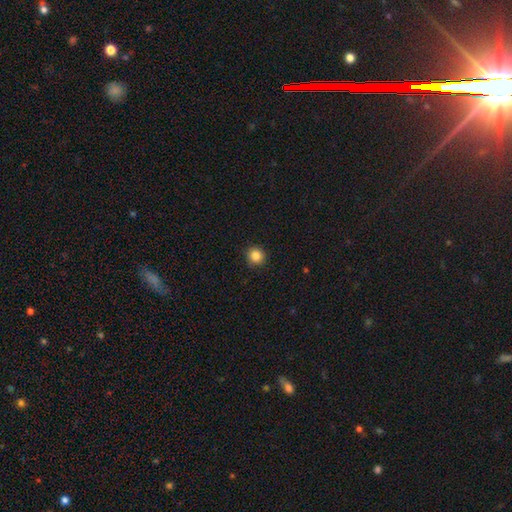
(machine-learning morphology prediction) Smooth or featured? smooth (86%)
How rounded? round (92%)
Merging? none (91%)